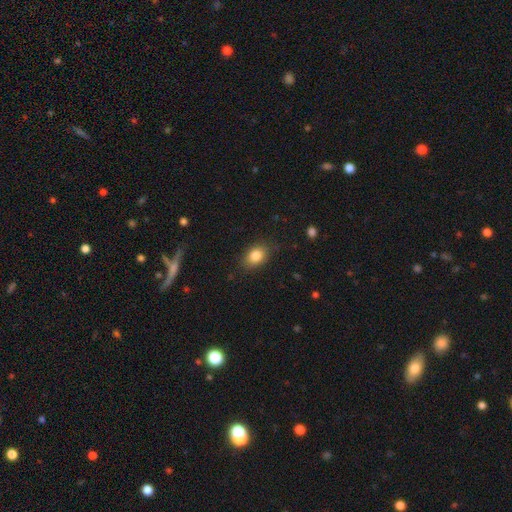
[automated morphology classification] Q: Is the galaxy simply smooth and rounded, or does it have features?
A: smooth — 84%.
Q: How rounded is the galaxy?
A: in between — 75%.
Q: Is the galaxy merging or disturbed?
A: none — 82%.